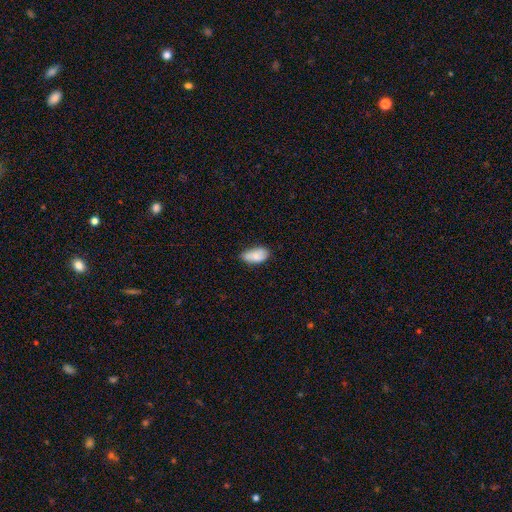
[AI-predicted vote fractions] Smooth or featured: smooth — 82% (featured or disk — 11%)
How rounded: in between — 93% (round — 3%)
Merging: none — 60% (minor disturbance — 33%)